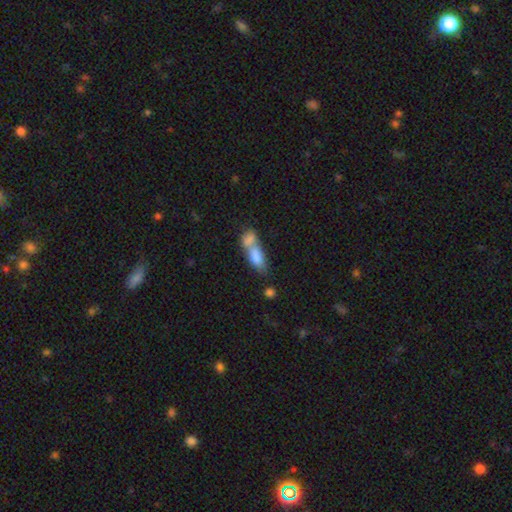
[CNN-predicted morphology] Smooth or featured? smooth (77%)
How rounded? in between (78%)
Merging? merger (68%)